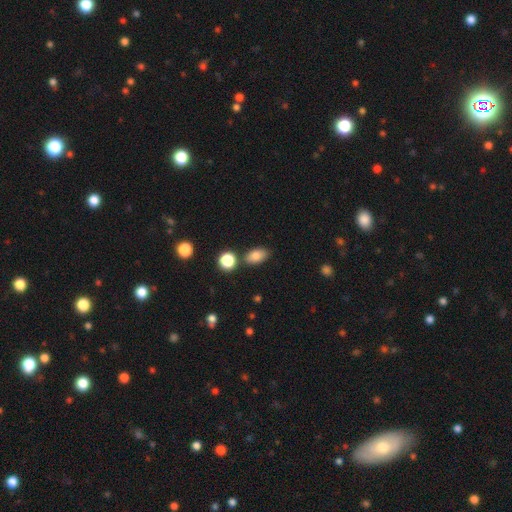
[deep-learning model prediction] Smooth or featured? smooth (81%)
How rounded? in between (87%)
Merging? none (78%)